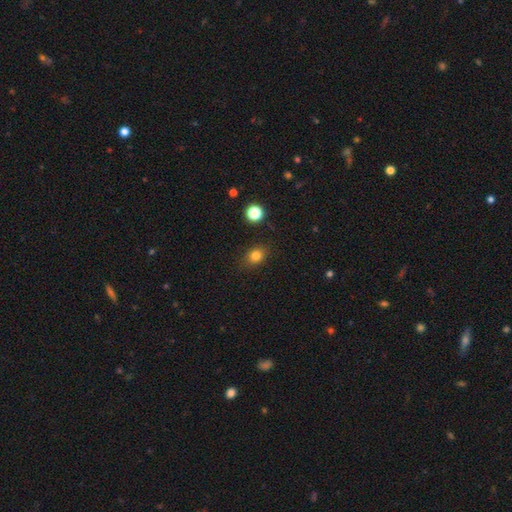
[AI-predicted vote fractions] Smooth or featured?
  - smooth: 80% *
  - star or artifact: 13%
  - featured or disk: 7%
How rounded?
  - in between: 51% *
  - round: 47%
  - cigar-shaped: 1%
Merging?
  - none: 84% *
  - minor disturbance: 11%
  - major disturbance: 3%
  - merger: 2%